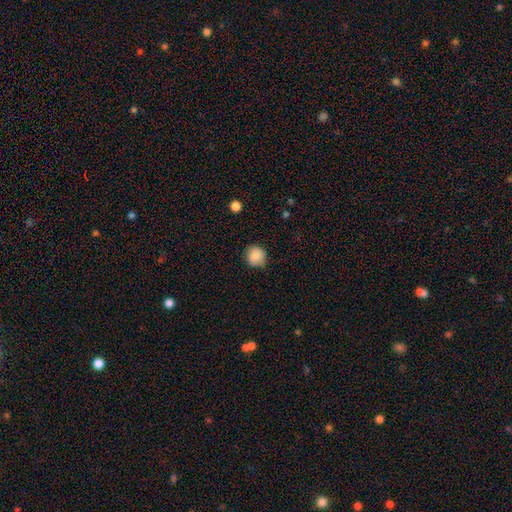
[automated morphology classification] Smooth or featured? smooth (87%)
How rounded? round (88%)
Merging? none (81%)